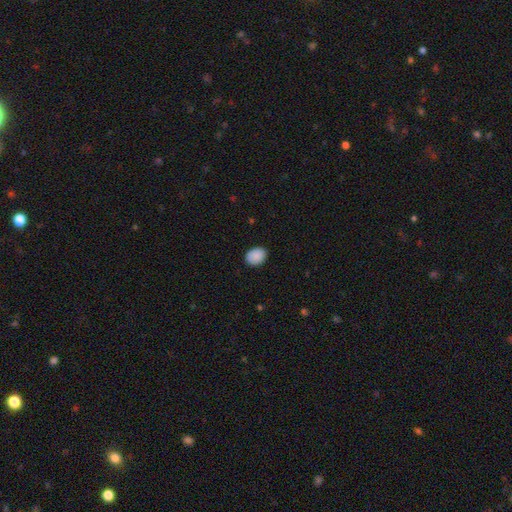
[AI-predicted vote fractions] A smooth galaxy with no disk features (89%) that is in between round and cigar-shaped (63%). Merging: none (85%).